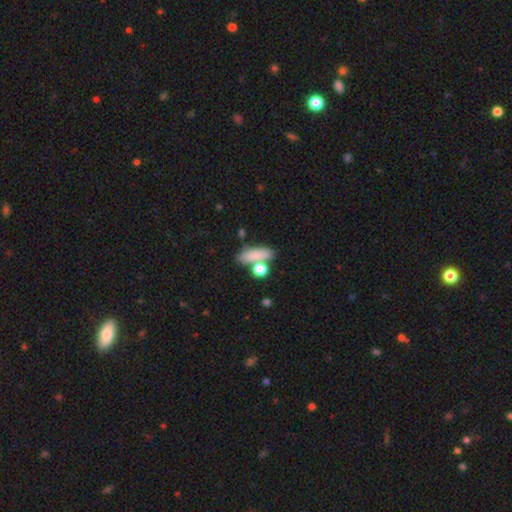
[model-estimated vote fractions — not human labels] smooth 81%, featured or disk 10%, star or artifact 9%. Down the decision tree: how rounded — in between (52%); merging — none (64%).